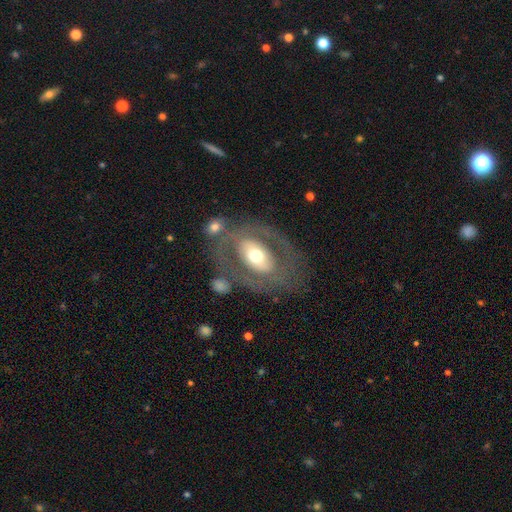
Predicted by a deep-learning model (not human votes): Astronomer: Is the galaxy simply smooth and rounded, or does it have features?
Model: featured or disk — 62%.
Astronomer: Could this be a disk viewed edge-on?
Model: no — 92%.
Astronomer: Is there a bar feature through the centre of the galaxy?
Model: no — 51%.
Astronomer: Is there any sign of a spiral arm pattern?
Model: no — 69%.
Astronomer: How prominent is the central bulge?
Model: moderate — 65%.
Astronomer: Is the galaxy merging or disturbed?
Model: none — 64%.